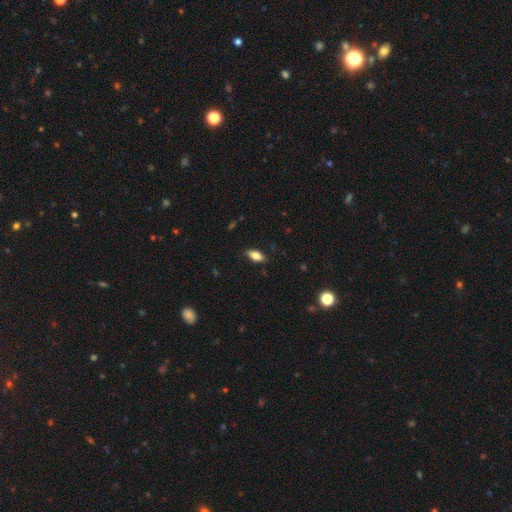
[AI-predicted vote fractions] Overall: smooth (78%). How rounded: in between (83%). Merging: none (85%).